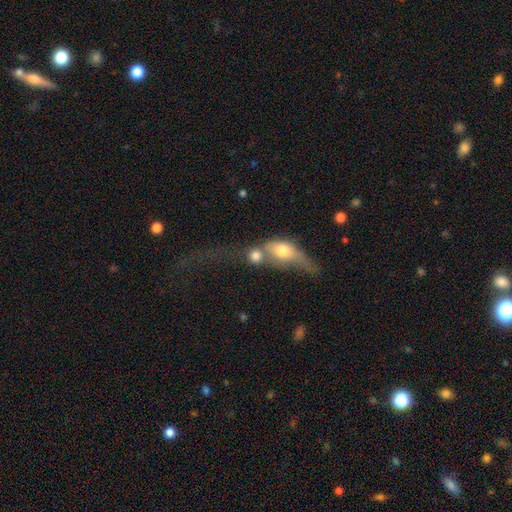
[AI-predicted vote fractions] smooth 64%, featured or disk 26%, star or artifact 10%. Down the decision tree: how rounded — in between (50%); merging — merger (69%).